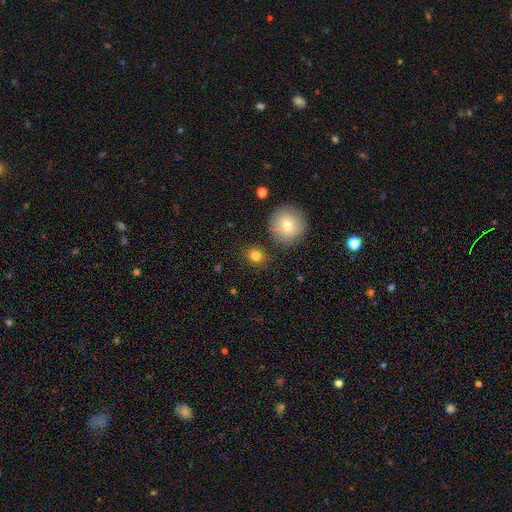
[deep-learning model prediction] The model was most divided on "how rounded": round: 73%, in between: 26%, cigar-shaped: 1%. More confident: merging — none (83%); smooth or featured — smooth (81%).